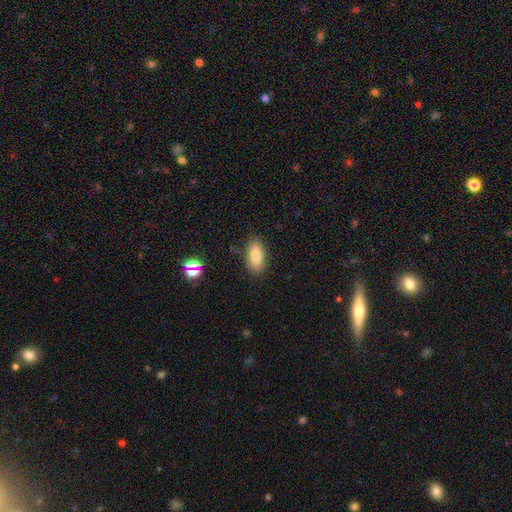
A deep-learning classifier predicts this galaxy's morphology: A smooth galaxy with no disk features (81%) that is in between round and cigar-shaped (88%).

Vote fractions:
- Smooth or featured? smooth: 81% / featured or disk: 10% / star or artifact: 9%
- How rounded? in between: 88% / cigar-shaped: 9% / round: 3%
- Merging? none: 82% / minor disturbance: 13% / major disturbance: 3% / merger: 2%